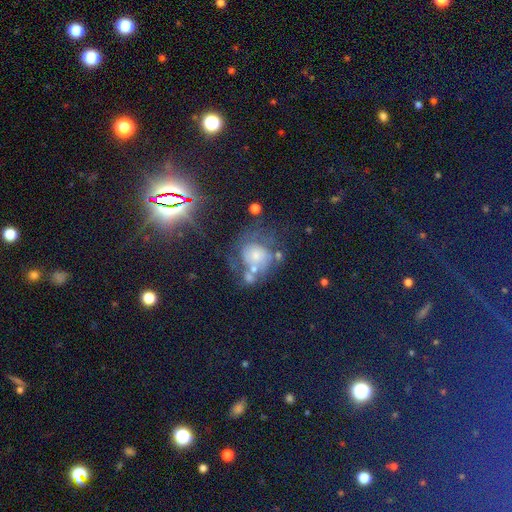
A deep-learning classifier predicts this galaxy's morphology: type=star or artifact (58%).